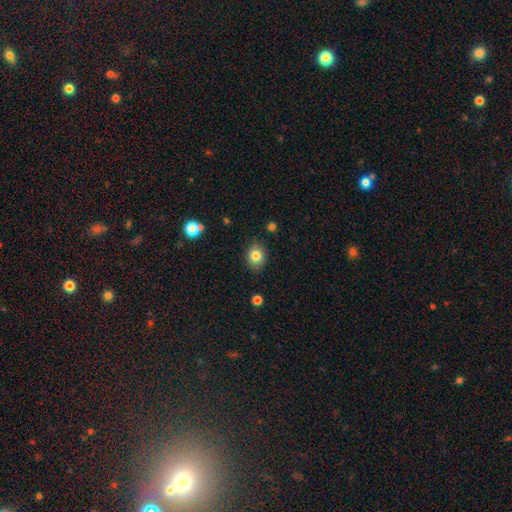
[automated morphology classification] Q: Smooth or featured?
A: smooth (82%); runner-up: star or artifact (10%)
Q: How rounded?
A: round (50%); runner-up: in between (49%)
Q: Merging?
A: none (86%); runner-up: minor disturbance (10%)